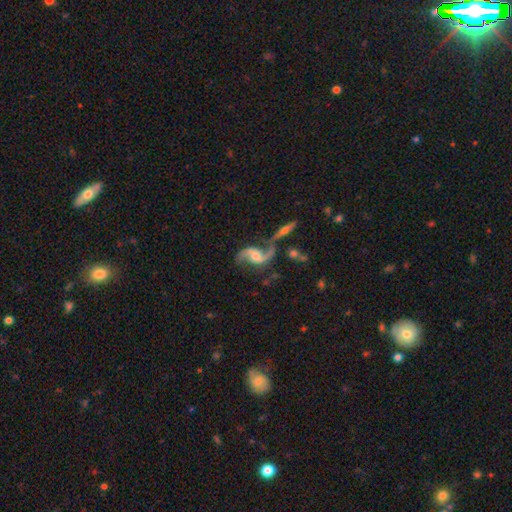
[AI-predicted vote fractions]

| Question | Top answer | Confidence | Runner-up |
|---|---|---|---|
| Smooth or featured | featured or disk | 88% | smooth (6%) |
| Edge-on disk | no | 96% | yes (4%) |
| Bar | no | 52% | weak (37%) |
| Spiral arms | yes | 96% | no (4%) |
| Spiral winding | loose | 72% | medium (23%) |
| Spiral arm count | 2 | 92% | 1 (3%) |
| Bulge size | moderate | 55% | small (29%) |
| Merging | none | 48% | merger (26%) |